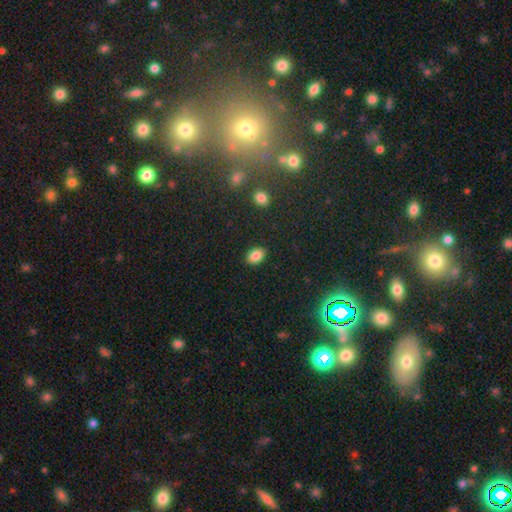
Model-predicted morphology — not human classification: Q: Smooth or featured?
A: smooth (85%); runner-up: star or artifact (9%)
Q: How rounded?
A: in between (85%); runner-up: round (13%)
Q: Merging?
A: none (89%); runner-up: minor disturbance (8%)